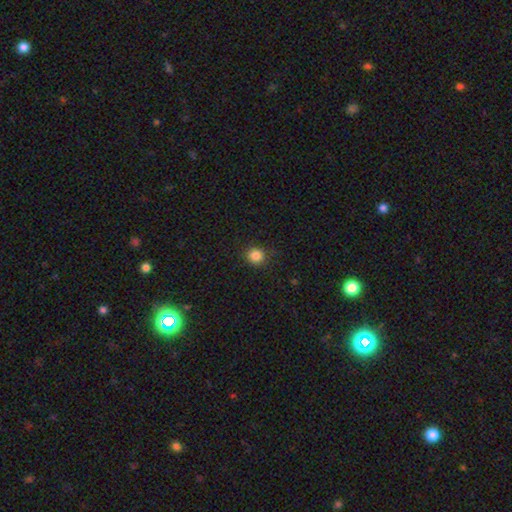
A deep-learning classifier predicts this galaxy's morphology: Overall: smooth (85%). How rounded: round (90%). Merging: none (89%).